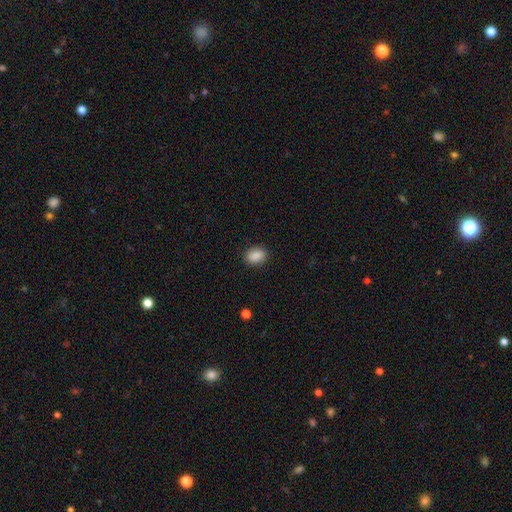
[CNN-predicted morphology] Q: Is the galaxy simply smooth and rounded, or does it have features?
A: smooth — 89%.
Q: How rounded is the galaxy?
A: in between — 69%.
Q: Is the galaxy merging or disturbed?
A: none — 88%.